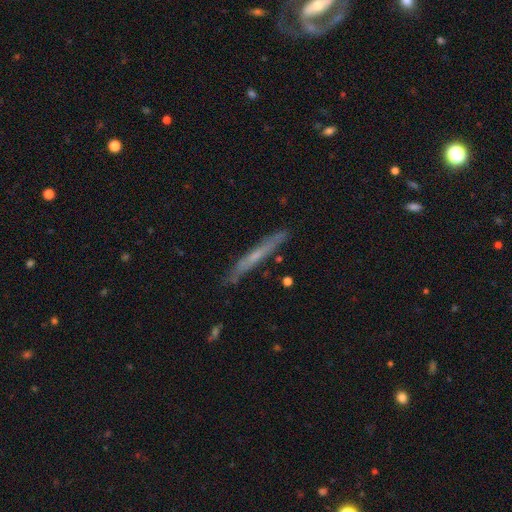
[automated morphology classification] Smooth or featured?
  - featured or disk: 55% *
  - smooth: 39%
  - star or artifact: 6%
Edge-on disk?
  - yes: 92% *
  - no: 8%
Edge-on bulge?
  - none: 66% *
  - rounded: 29%
  - boxy: 5%
Merging?
  - none: 84% *
  - minor disturbance: 12%
  - major disturbance: 2%
  - merger: 2%